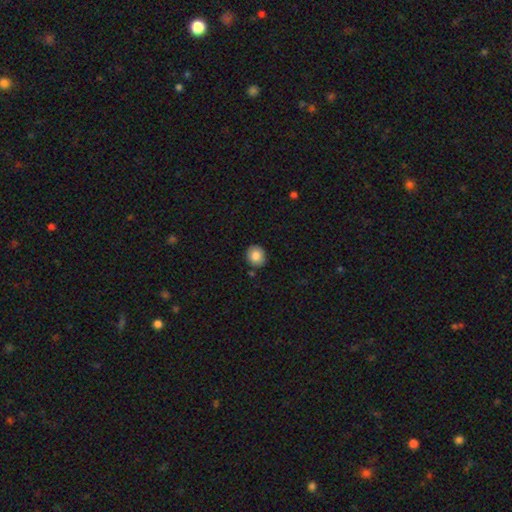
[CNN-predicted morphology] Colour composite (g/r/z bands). It shows a smooth galaxy with no disk features (85%) that is round (80%). Merging: none (87%).